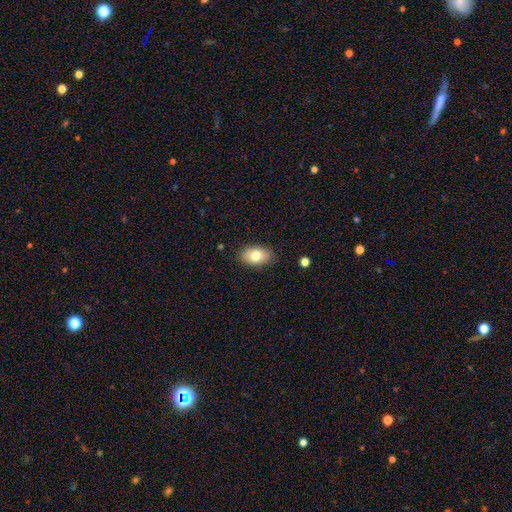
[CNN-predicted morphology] This is likely a smooth galaxy (77%). How rounded: clearly in between (88%). Merging: clearly none (84%).